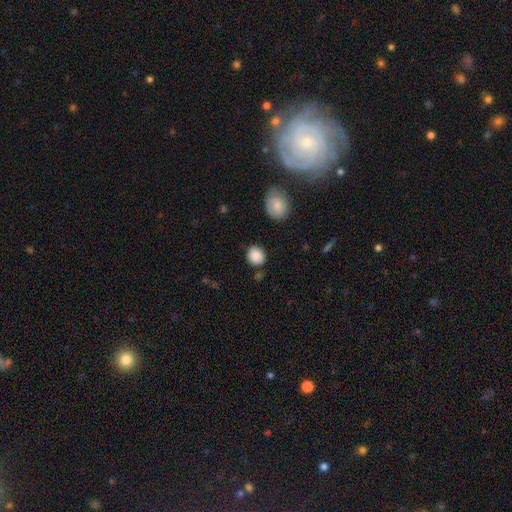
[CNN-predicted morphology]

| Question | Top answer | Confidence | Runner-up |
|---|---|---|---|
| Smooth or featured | smooth | 88% | star or artifact (8%) |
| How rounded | round | 73% | in between (26%) |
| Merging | none | 81% | minor disturbance (12%) |